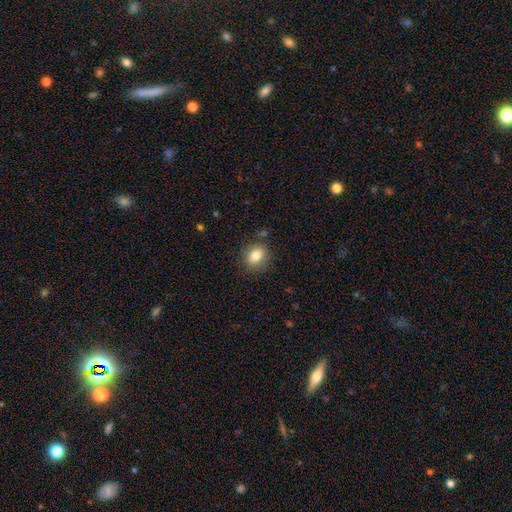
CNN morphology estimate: Smooth or featured: smooth — 81% (star or artifact — 10%)
How rounded: round — 59% (in between — 40%)
Merging: none — 84% (minor disturbance — 11%)